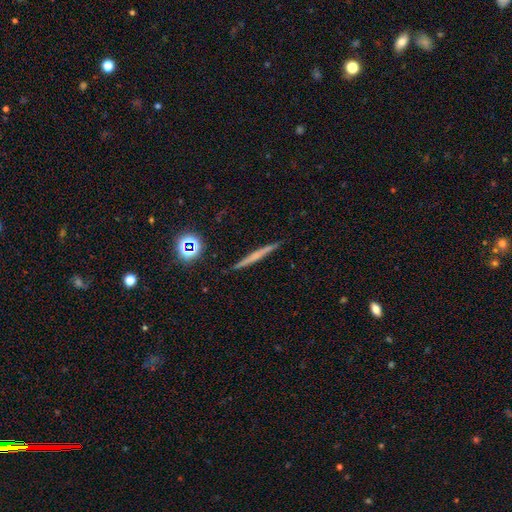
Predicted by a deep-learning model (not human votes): Smooth or featured? Predicted: featured or disk (p=0.44, tied with smooth). Merging? Predicted: none (p=0.91).